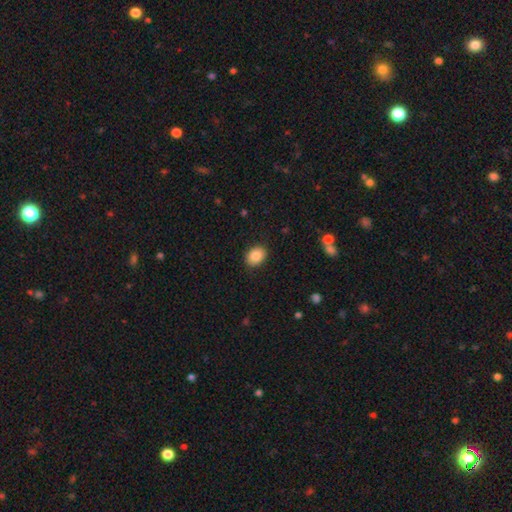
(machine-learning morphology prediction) smooth-or-featured: smooth: 86% | star or artifact: 8% | featured or disk: 6%
  how-rounded: in between: 64% | round: 35% | cigar-shaped: 1%
  merging: none: 89% | minor disturbance: 8% | major disturbance: 2% | merger: 1%